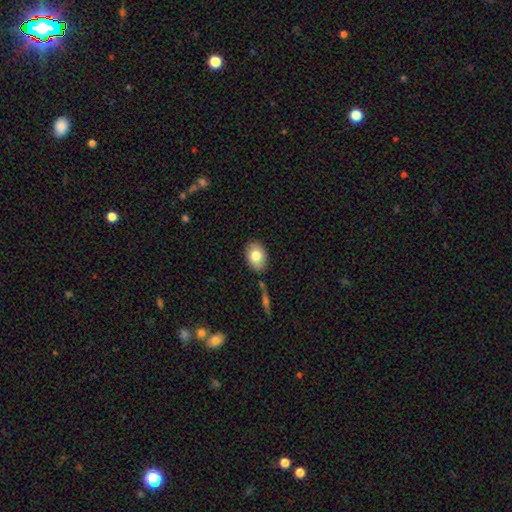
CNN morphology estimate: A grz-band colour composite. It shows a smooth galaxy with no disk features (79%) that is in between round and cigar-shaped (78%). Merging: none (84%).